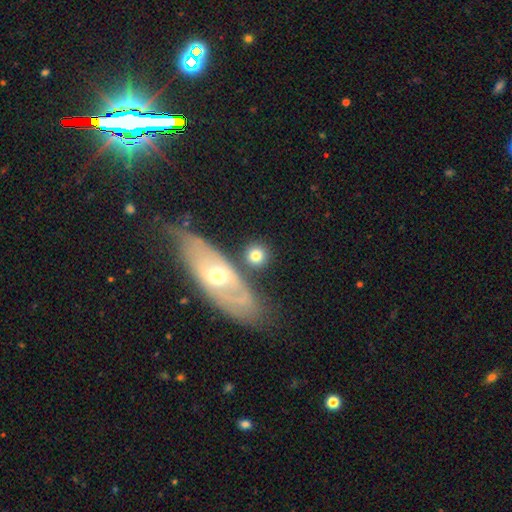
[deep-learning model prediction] smooth_or_featured: smooth (p=0.74) [alt: featured or disk p=0.19]
how_rounded: round (p=0.82) [alt: in between p=0.15]
merging: none (p=0.72) [alt: merger p=0.14]